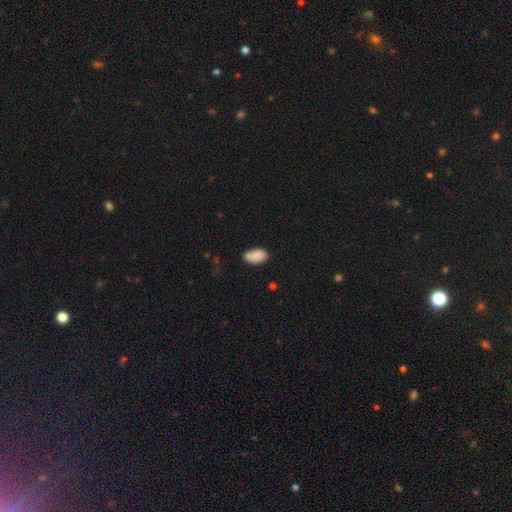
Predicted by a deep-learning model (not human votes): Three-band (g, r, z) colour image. It shows a smooth galaxy with no disk features (84%) that is in between round and cigar-shaped (91%). Merging: none (61%).